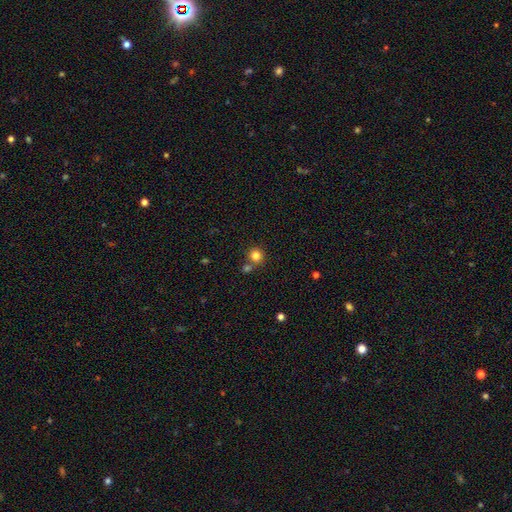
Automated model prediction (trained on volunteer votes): smooth 82%, star or artifact 12%, featured or disk 6%. Down the decision tree: how rounded — round (92%); merging — none (69%).